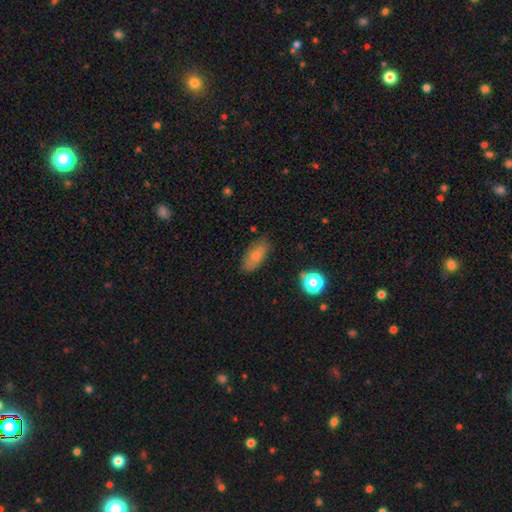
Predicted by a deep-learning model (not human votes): smooth 74%, featured or disk 18%, star or artifact 9%. Down the decision tree: how rounded — in between (86%); merging — none (79%).